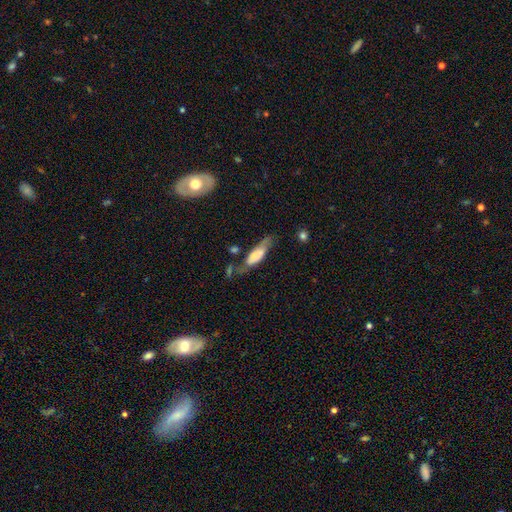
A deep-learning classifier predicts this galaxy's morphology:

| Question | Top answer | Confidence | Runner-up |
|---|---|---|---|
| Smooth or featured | smooth | 59% | featured or disk (34%) |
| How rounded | cigar-shaped | 49% | tied: in between (49%) |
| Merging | none | 39% | minor disturbance (28%) |